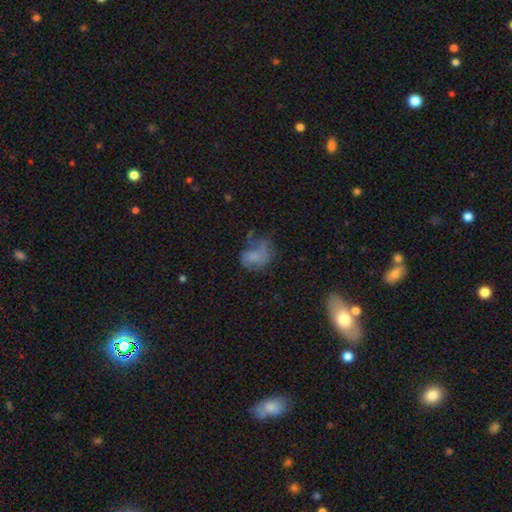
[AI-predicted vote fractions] The model was most divided on "merging": none: 35%, major disturbance: 34%, minor disturbance: 25%, merger: 6%. More confident: how rounded — in between (62%); smooth or featured — smooth (52%).